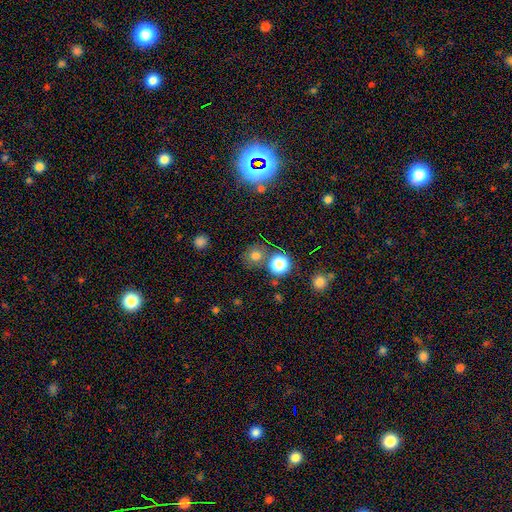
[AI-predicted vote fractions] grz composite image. It shows a smooth galaxy with no disk features (71%) that is round (86%). Merging: none (71%).